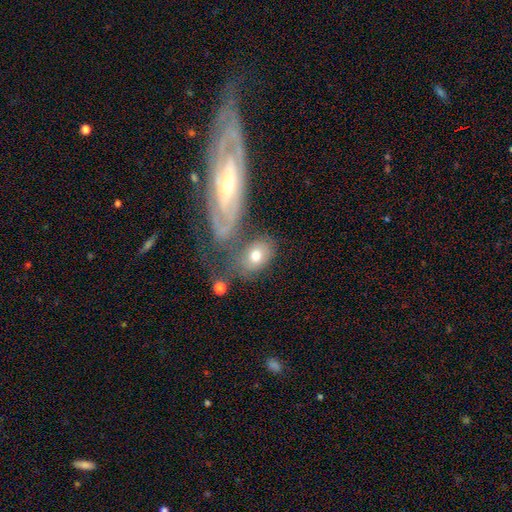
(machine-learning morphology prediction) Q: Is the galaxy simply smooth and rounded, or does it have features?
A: smooth — 63%.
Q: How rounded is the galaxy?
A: in between — 74%.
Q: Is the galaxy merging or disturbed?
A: none — 47%.